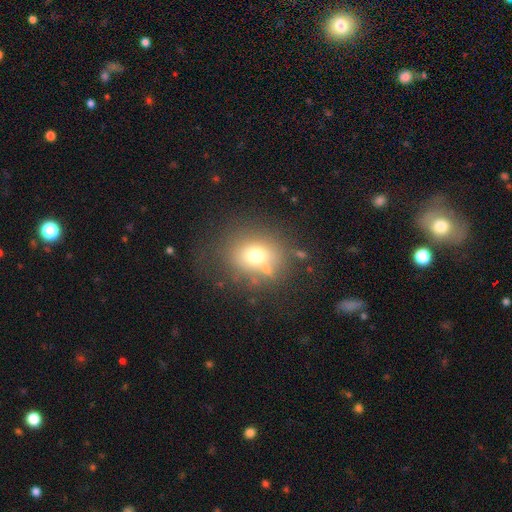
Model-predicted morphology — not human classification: Q: Smooth or featured?
A: smooth (68%); runner-up: featured or disk (17%)
Q: How rounded?
A: round (69%); runner-up: in between (30%)
Q: Merging?
A: none (63%); runner-up: minor disturbance (17%)